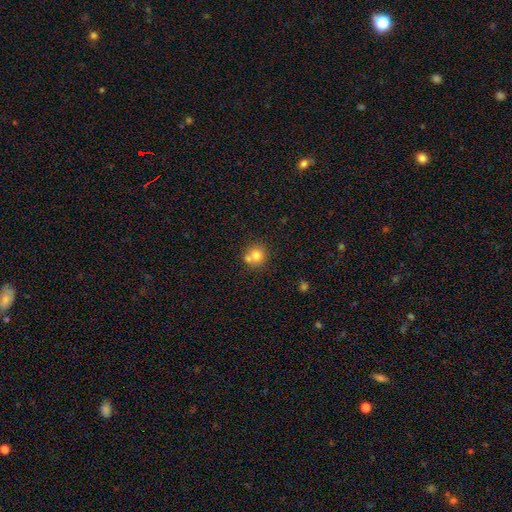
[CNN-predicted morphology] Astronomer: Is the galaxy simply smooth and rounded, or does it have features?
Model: smooth — 76%.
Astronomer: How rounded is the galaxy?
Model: round — 89%.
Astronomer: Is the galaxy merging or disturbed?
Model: none — 54% (runner-up: merger, 34%).